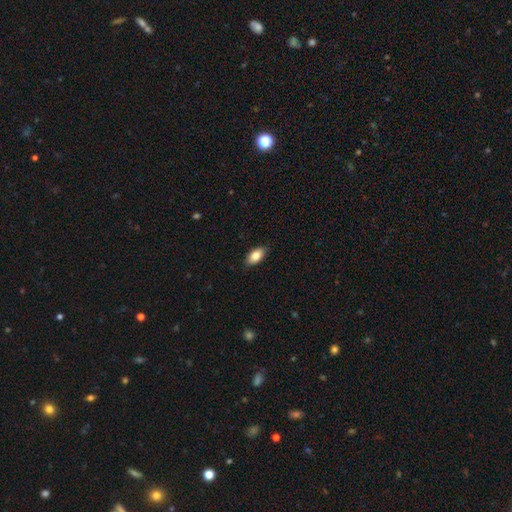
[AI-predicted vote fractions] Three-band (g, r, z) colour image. It shows a smooth galaxy with no disk features (85%) that is in between round and cigar-shaped (92%). Merging: none (87%).